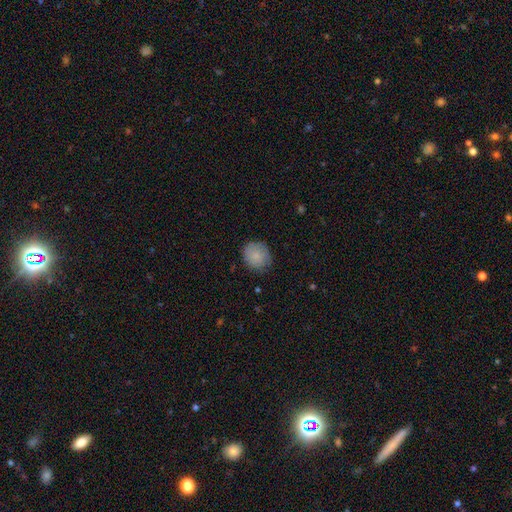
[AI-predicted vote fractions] Overall: smooth (83%). How rounded: round (78%). Merging: none (75%).